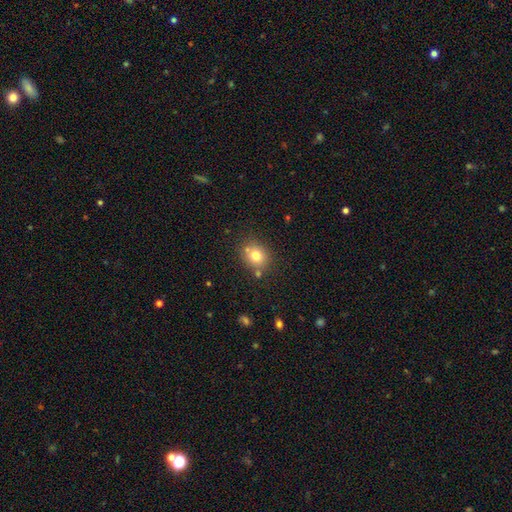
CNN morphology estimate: smooth_or_featured: smooth (p=0.76) [alt: star or artifact p=0.13]
how_rounded: round (p=0.75) [alt: in between p=0.24]
merging: none (p=0.74) [alt: minor disturbance p=0.12]